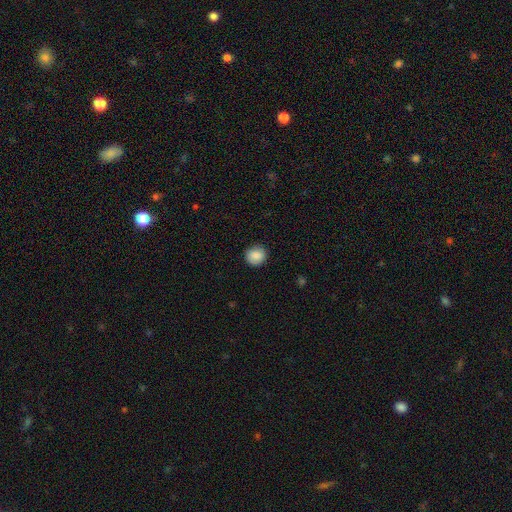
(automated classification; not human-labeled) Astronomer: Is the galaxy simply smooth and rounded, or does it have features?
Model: smooth — 88%.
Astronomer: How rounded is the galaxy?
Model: round — 88%.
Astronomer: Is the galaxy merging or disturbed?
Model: none — 86%.